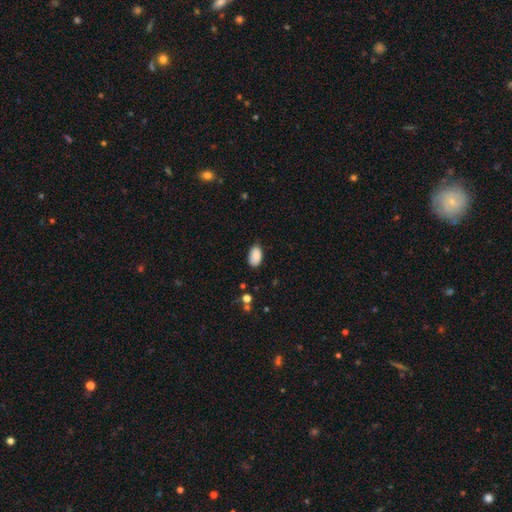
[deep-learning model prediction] Morphology: type=smooth (89%); roundness=in between (94%); merging=none (79%).